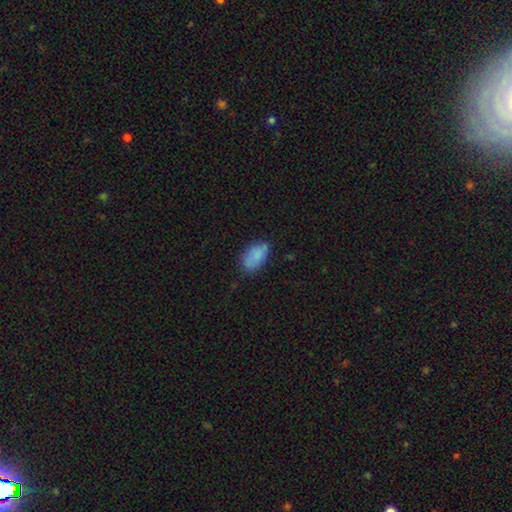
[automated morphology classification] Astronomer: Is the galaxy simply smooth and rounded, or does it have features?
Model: smooth — 80%.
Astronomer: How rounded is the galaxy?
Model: in between — 93%.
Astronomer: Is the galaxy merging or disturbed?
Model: none — 66%.